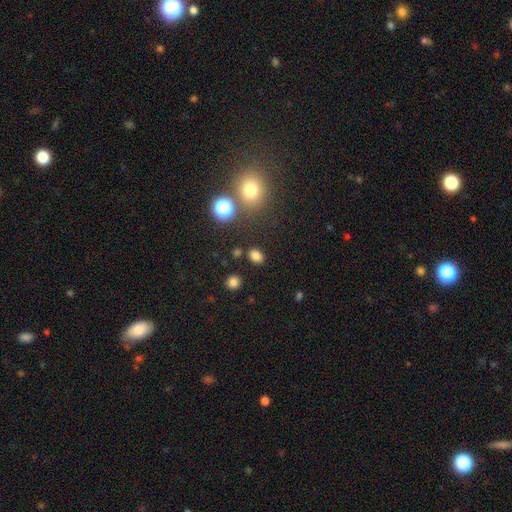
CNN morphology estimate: smooth 78%, star or artifact 17%, featured or disk 5%. Down the decision tree: how rounded — in between (66%); merging — none (83%).